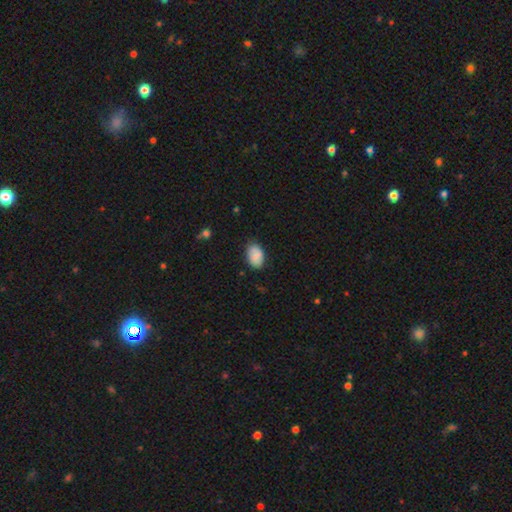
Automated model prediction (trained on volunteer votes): smooth 75%, featured or disk 18%, star or artifact 7%. Down the decision tree: how rounded — in between (86%); merging — none (77%).